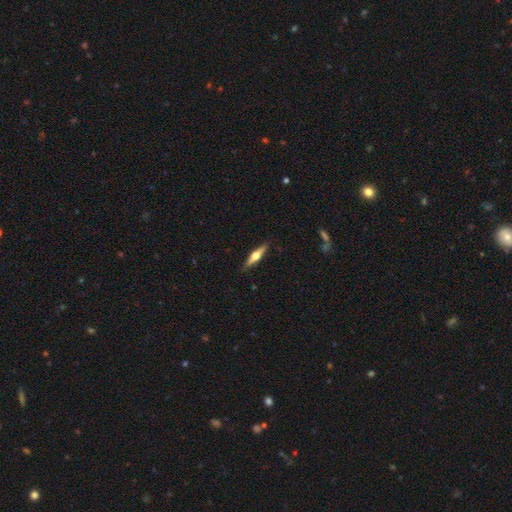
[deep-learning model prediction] Overall: featured or disk (61%; smooth 34%). Edge-on disk: yes (96%). Edge-on bulge: rounded (94%). Merging: none (89%).